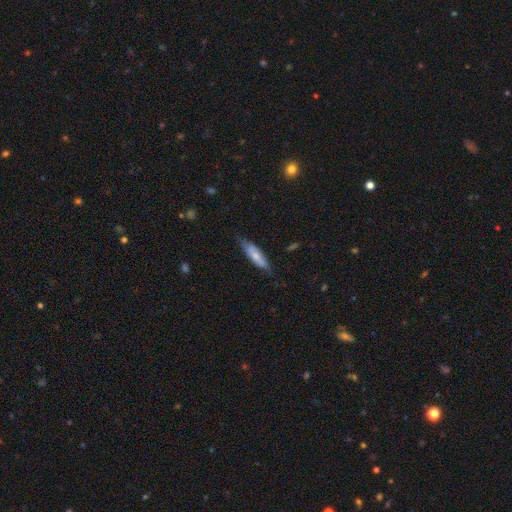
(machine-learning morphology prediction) A smooth galaxy with no disk features (62%) that is cigar-shaped (54%). Merging: none (69%).